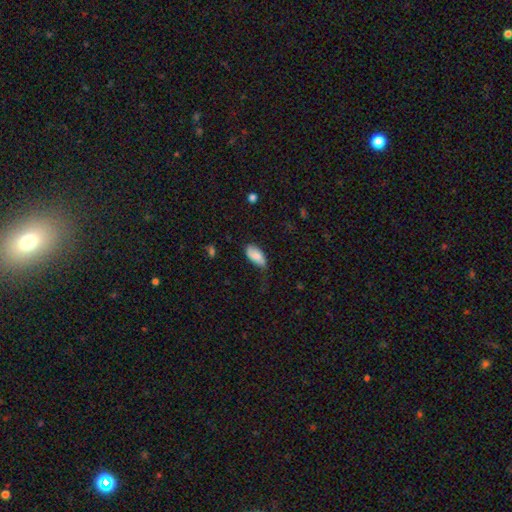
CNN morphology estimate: Smooth or featured? Predicted: smooth (p=0.78). How rounded? Predicted: in between (p=0.91). Merging? Predicted: none (p=0.52).